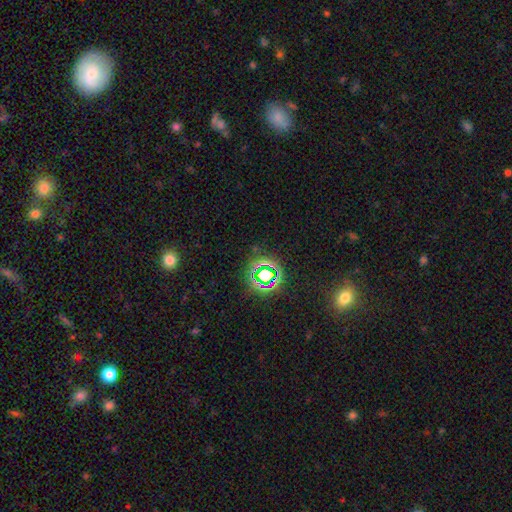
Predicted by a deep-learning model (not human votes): star or artifact 72%, smooth 20%, featured or disk 9%.